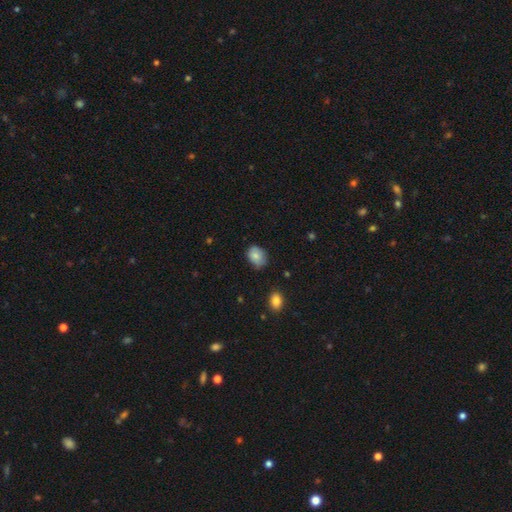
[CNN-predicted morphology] smooth 82%, featured or disk 11%, star or artifact 8%. Down the decision tree: how rounded — in between (66%); merging — none (72%).